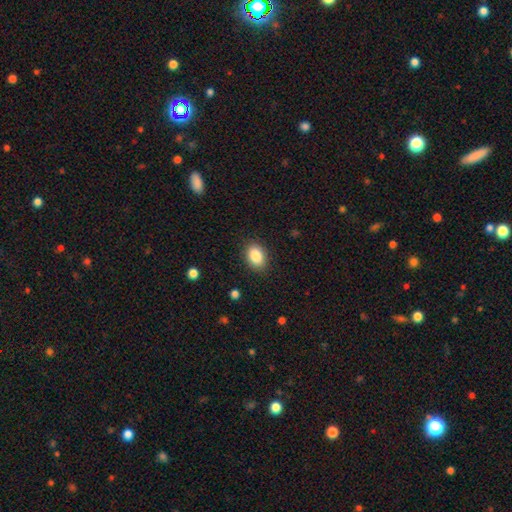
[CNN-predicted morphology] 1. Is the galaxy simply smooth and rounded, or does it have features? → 87% smooth, 8% star or artifact, 5% featured or disk.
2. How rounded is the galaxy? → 80% in between, 18% round, 1% cigar-shaped.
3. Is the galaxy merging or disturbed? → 86% none, 10% minor disturbance, 3% major disturbance, 1% merger.